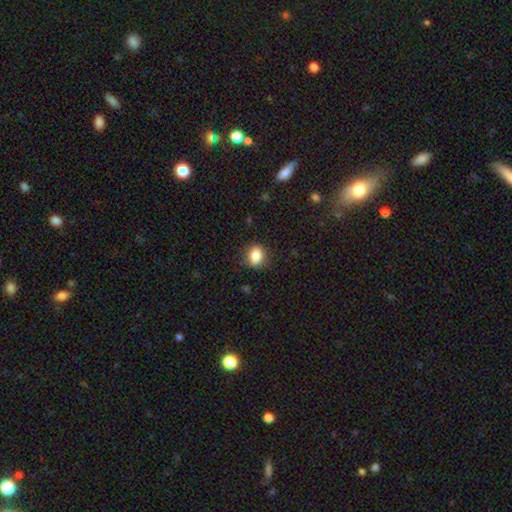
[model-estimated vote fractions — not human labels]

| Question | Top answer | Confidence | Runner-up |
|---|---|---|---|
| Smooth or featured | smooth | 84% | star or artifact (9%) |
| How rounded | in between | 54% | round (45%) |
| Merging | none | 81% | minor disturbance (15%) |